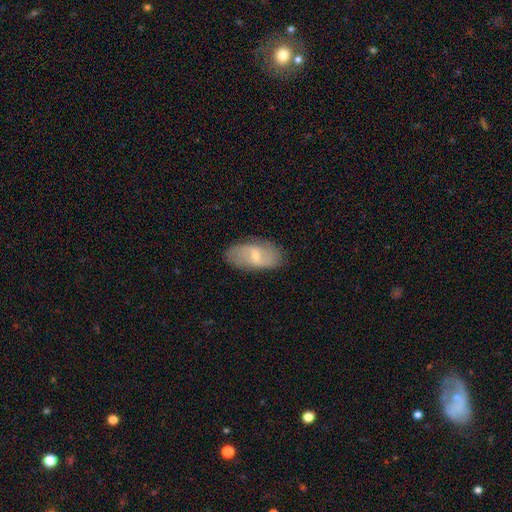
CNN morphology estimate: This appears to be a featured or disk galaxy (54%). Merging: none (80%).